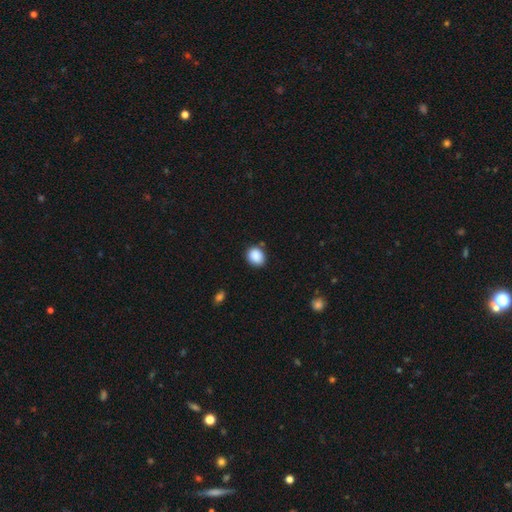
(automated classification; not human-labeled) Morphology: type=smooth (89%); roundness=round (51%); merging=none (80%).